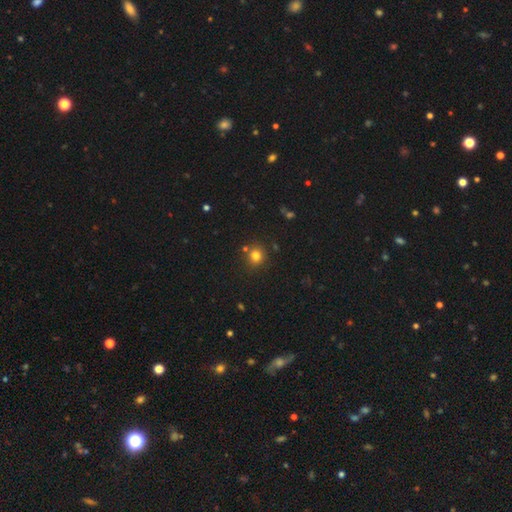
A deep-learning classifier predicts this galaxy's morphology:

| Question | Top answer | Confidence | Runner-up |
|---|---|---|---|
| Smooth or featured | smooth | 78% | star or artifact (16%) |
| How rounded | round | 86% | in between (13%) |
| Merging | none | 80% | minor disturbance (9%) |